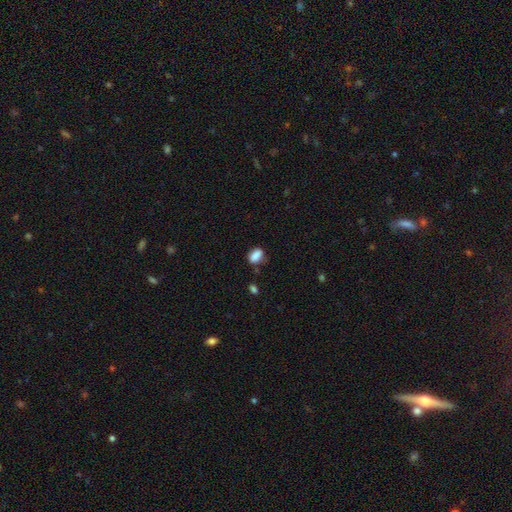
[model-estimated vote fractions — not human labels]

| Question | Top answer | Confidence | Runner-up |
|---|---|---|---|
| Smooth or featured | smooth | 87% | star or artifact (9%) |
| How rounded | in between | 83% | round (14%) |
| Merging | none | 70% | minor disturbance (21%) |